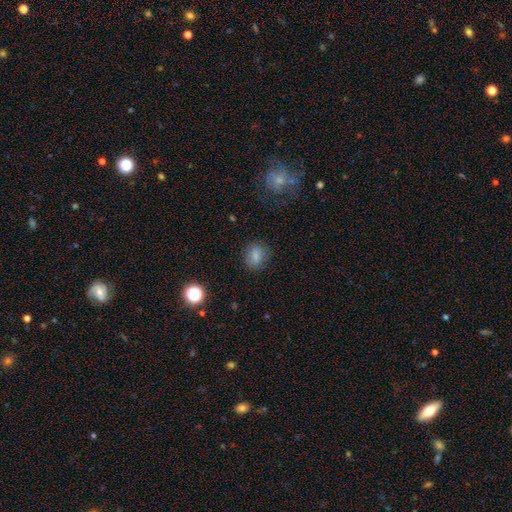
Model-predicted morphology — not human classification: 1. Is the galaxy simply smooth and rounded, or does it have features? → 80% smooth, 12% star or artifact, 9% featured or disk.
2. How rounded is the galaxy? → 51% round, 47% in between, 2% cigar-shaped.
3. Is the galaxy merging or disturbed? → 81% none, 13% minor disturbance, 4% major disturbance, 2% merger.